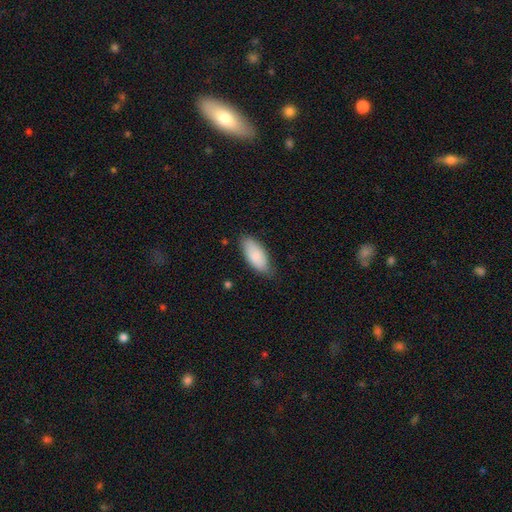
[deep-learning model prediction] Overall: smooth (86%). How rounded: in between (88%). Merging: none (76%).